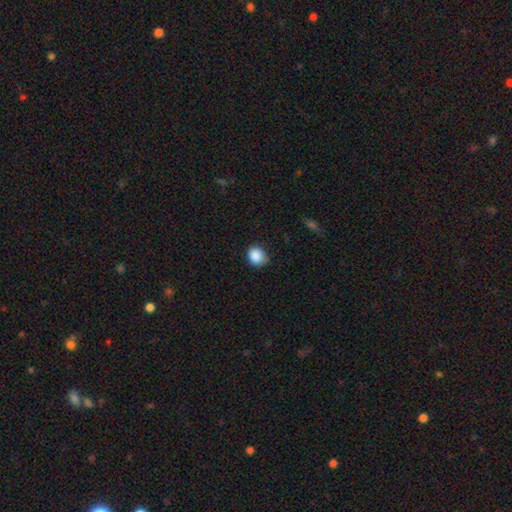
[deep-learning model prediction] A smooth galaxy with no disk features (88%) that is round (72%).

Vote fractions:
- Smooth or featured? smooth: 88% / star or artifact: 9% / featured or disk: 3%
- How rounded? round: 72% / in between: 27% / cigar-shaped: 1%
- Merging? none: 74% / minor disturbance: 21% / major disturbance: 4% / merger: 1%